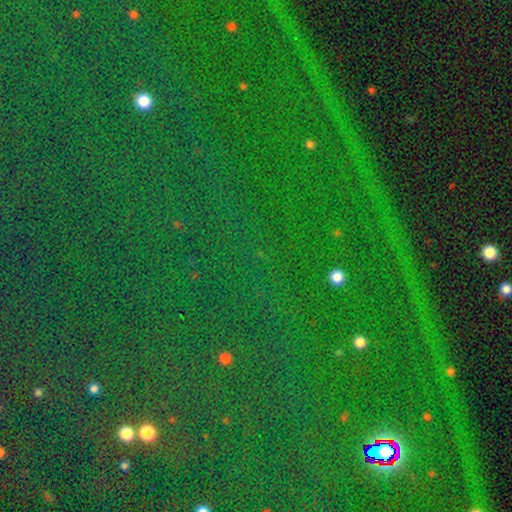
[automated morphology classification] Smooth or featured? Predicted: star or artifact (p=0.85).